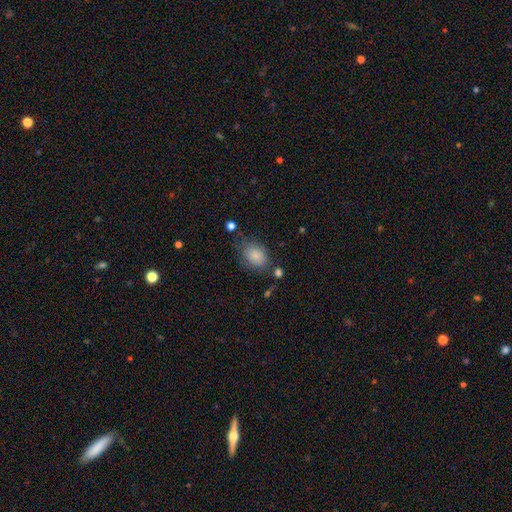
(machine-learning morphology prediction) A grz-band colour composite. It shows a smooth galaxy with no disk features (85%) that is in between round and cigar-shaped (69%). Merging: none (62%).